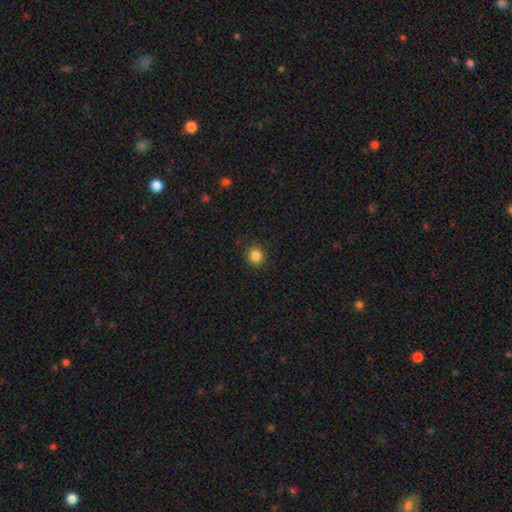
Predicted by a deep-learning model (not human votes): smooth 85%, star or artifact 11%, featured or disk 4%. Down the decision tree: how rounded — round (88%); merging — none (91%).